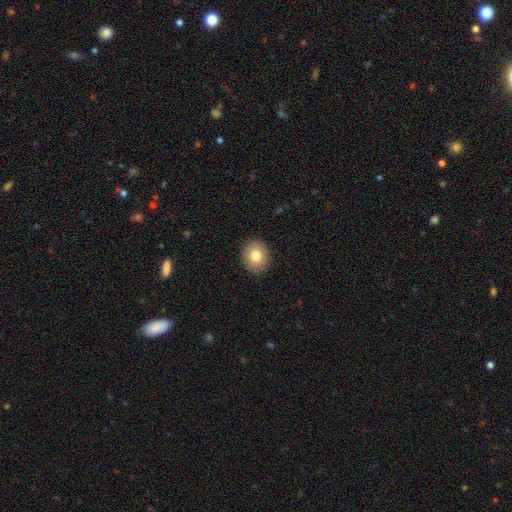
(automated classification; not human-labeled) Smooth or featured? smooth (80%)
How rounded? round (72%)
Merging? none (91%)